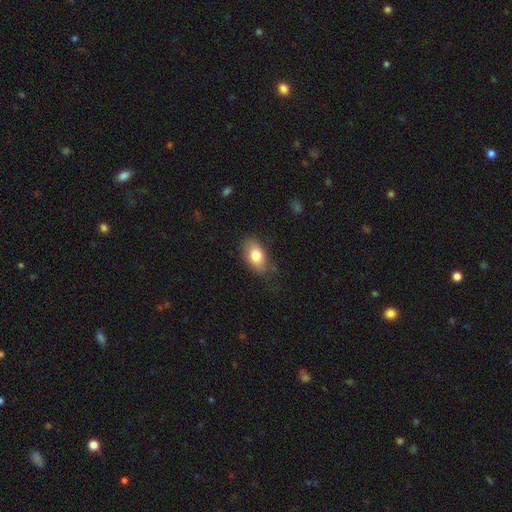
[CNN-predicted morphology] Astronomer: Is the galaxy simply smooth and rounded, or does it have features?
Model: smooth — 80%.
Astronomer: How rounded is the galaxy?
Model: in between — 90%.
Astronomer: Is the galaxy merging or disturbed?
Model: none — 75%.